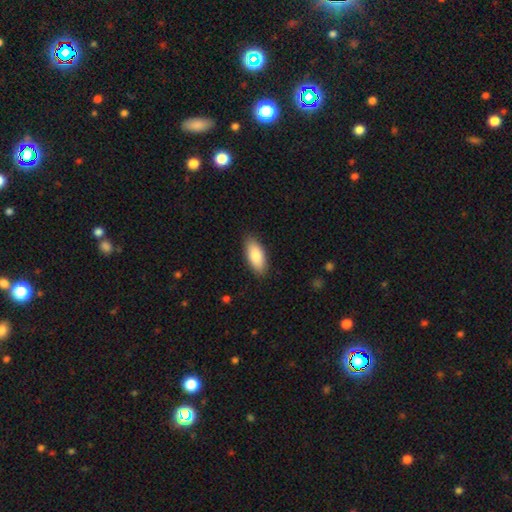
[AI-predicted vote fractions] smooth 85%, featured or disk 9%, star or artifact 6%. Down the decision tree: how rounded — in between (86%); merging — none (87%).